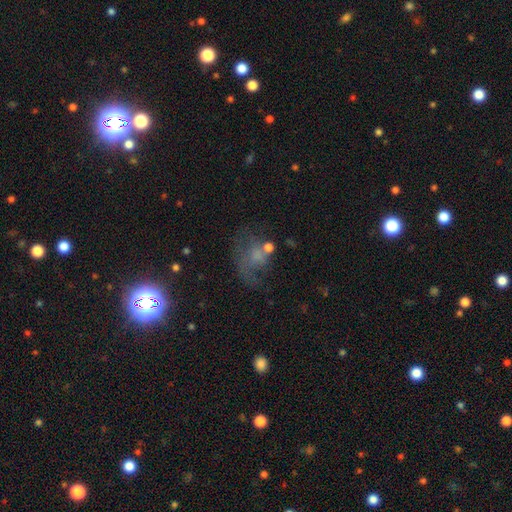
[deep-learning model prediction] The model was most divided on "merging": major disturbance: 38%, none: 33%, minor disturbance: 21%, merger: 8%. Remaining: smooth or featured — smooth (42%).